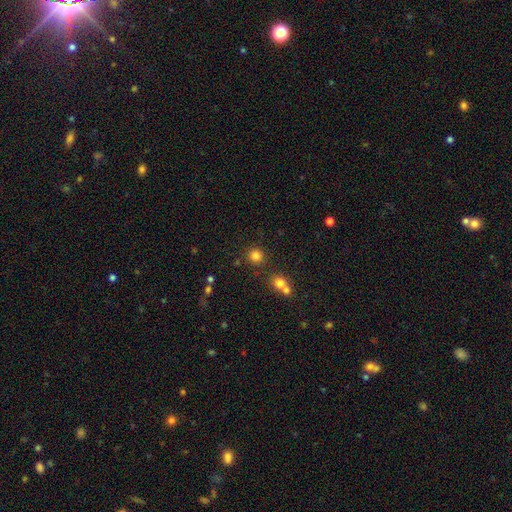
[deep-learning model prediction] smooth 81%, star or artifact 14%, featured or disk 5%. Down the decision tree: how rounded — round (92%); merging — none (81%).